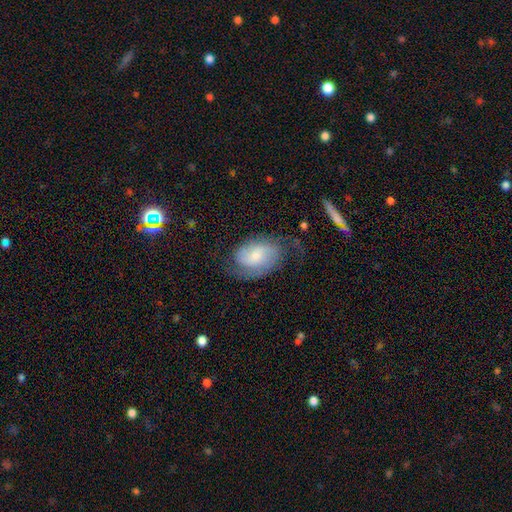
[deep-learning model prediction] A featured or disk galaxy (62%) with no bar (51%), 2 (69%) medium (44%) spiral arms (91%) and a small central bulge (41%). Merging: none (57%).